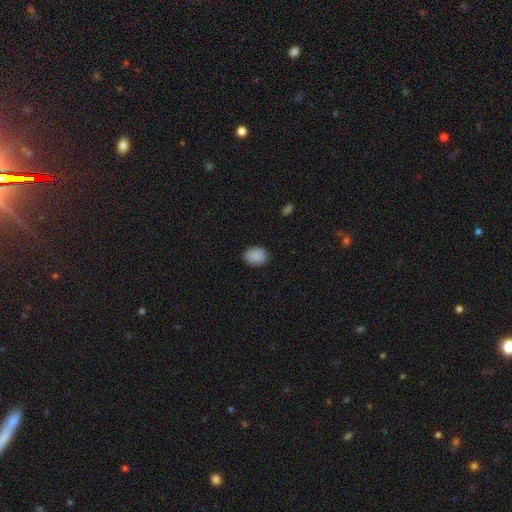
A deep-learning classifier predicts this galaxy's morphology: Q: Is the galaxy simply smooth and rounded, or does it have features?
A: smooth — 89%.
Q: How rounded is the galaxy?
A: in between — 57%.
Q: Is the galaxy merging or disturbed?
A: none — 87%.